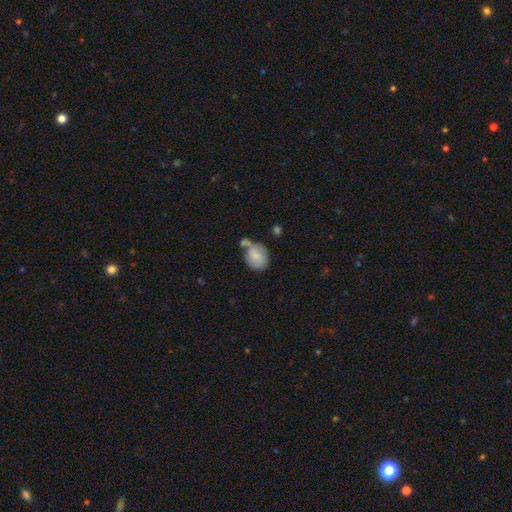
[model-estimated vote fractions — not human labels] This appears to be a smooth galaxy with no disk features (79%) that is in between round and cigar-shaped (53%). Merging: none (40%).